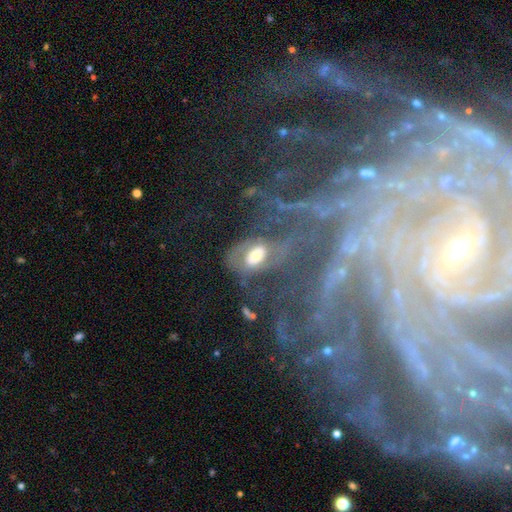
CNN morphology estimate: smooth-or-featured: featured or disk: 57% | smooth: 29% | star or artifact: 14%
  disk-edge-on: no: 94% | yes: 6%
    bar: no: 62% | weak: 27% | strong: 12%
    has-spiral-arms: yes: 60% | no: 40%
    bulge-size: moderate: 60% | small: 19% | large: 16% | dominant: 2% | none: 2%
  merging: none: 39% | major disturbance: 27% | minor disturbance: 20% | merger: 14%